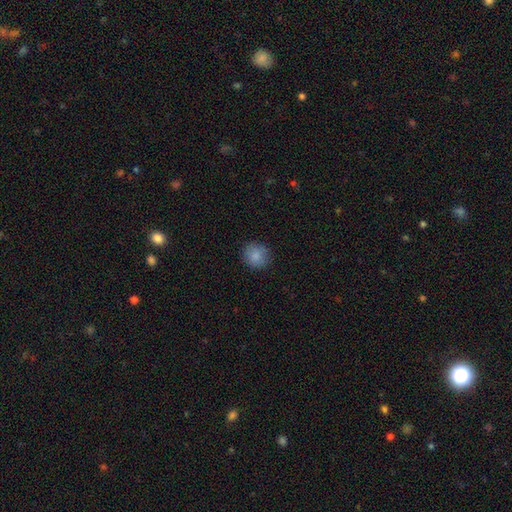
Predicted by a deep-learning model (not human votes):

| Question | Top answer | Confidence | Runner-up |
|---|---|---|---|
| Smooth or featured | smooth | 86% | star or artifact (9%) |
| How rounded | round | 89% | in between (10%) |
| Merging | none | 86% | minor disturbance (10%) |